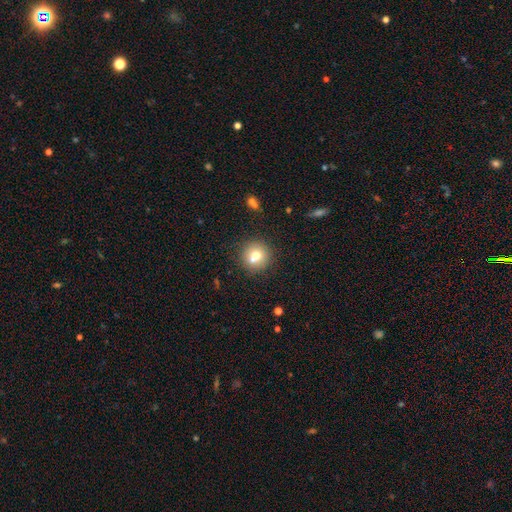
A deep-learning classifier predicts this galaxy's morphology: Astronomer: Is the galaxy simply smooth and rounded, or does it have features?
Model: smooth — 72%.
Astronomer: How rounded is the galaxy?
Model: round — 92%.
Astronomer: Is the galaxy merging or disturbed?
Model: none — 71%.